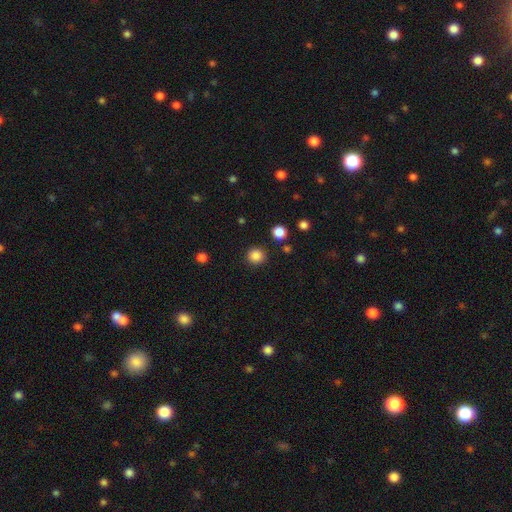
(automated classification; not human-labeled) This is clearly a smooth galaxy (86%). How rounded: clearly round (93%). Merging: clearly none (90%).